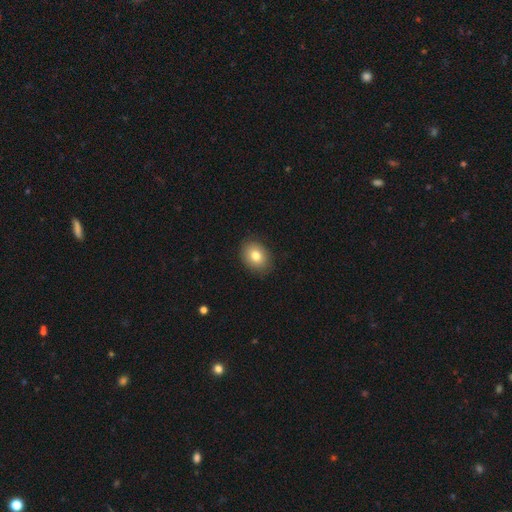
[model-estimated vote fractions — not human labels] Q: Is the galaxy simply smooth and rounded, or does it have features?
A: smooth — 81%.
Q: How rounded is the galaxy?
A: in between — 62%.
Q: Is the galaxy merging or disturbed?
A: none — 88%.